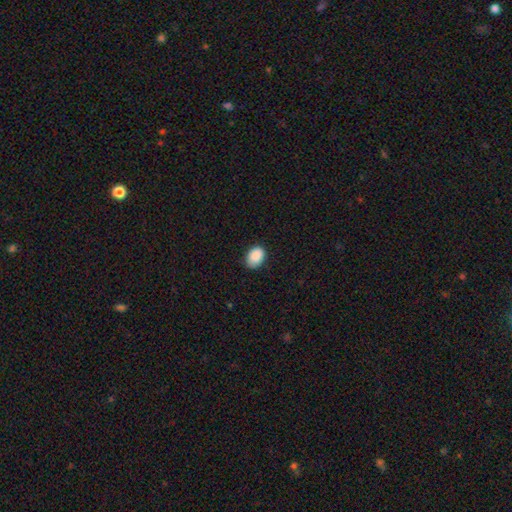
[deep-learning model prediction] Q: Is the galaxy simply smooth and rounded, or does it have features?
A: smooth — 89%.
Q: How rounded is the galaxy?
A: in between — 78%.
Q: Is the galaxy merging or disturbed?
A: none — 78%.